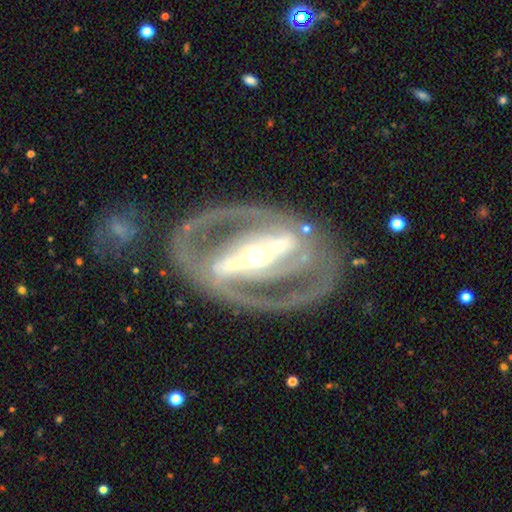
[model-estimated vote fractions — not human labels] Smooth or featured? featured or disk (89%)
Edge-on disk? no (93%)
Bar? strong (81%)
Spiral arms? yes (84%)
Spiral winding? tight (46%)
Spiral arm count? 2 (86%)
Bulge size? moderate (54%)
Merging? none (77%)